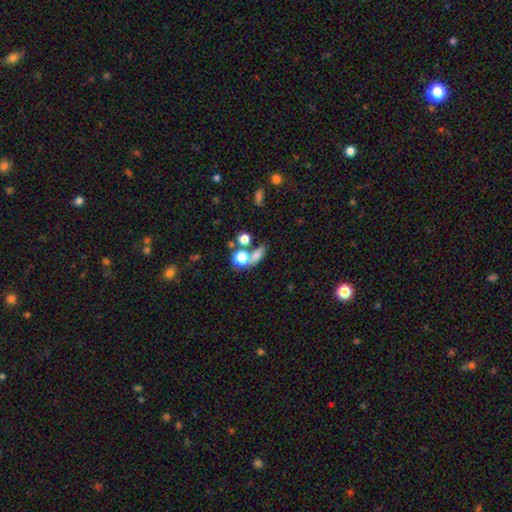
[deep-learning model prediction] This appears to be a smooth galaxy with no disk features (67%) that is in between round and cigar-shaped (53%). Merging: none (44%).